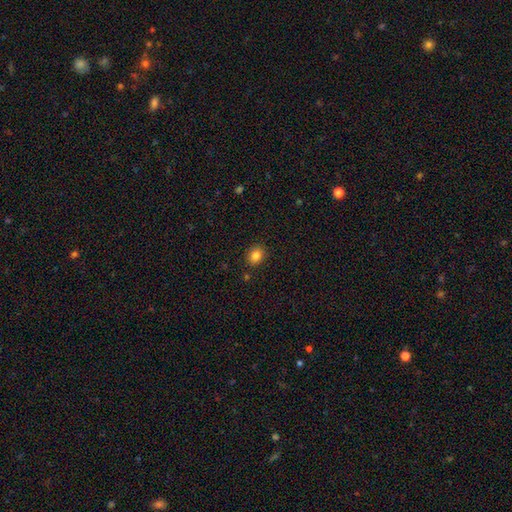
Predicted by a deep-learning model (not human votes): A smooth galaxy with no disk features (85%) that is in between round and cigar-shaped (51%).

Vote fractions:
- Smooth or featured? smooth: 85% / star or artifact: 11% / featured or disk: 5%
- How rounded? in between: 51% / round: 48% / cigar-shaped: 1%
- Merging? none: 86% / minor disturbance: 9% / merger: 3% / major disturbance: 2%